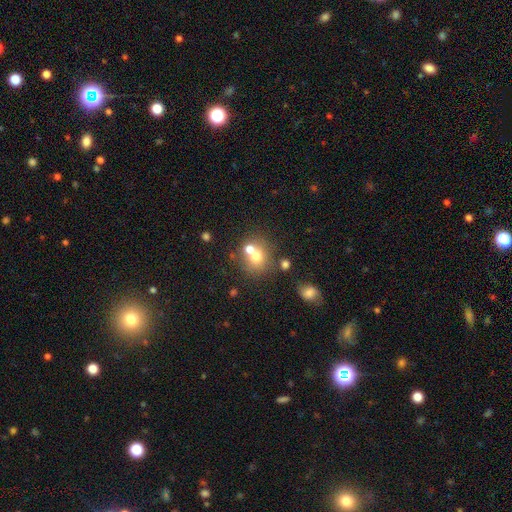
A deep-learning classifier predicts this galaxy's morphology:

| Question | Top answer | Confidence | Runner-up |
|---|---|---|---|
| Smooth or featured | smooth | 67% | featured or disk (19%) |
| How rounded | round | 81% | in between (18%) |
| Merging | none | 49% | merger (39%) |